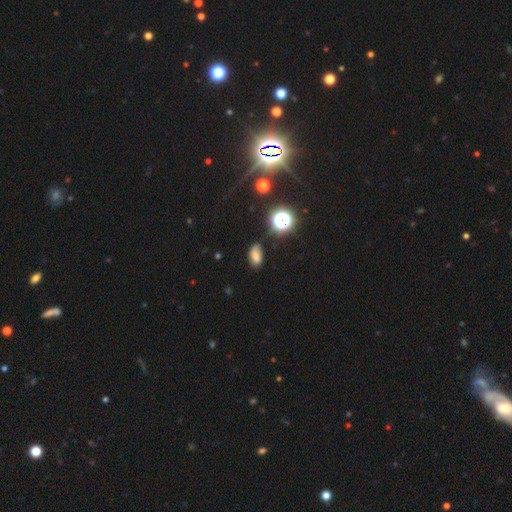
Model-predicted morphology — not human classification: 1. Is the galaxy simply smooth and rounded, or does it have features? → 66% smooth, 21% star or artifact, 13% featured or disk.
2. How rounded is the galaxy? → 86% in between, 10% round, 3% cigar-shaped.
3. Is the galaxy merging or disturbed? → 66% none, 24% minor disturbance, 7% major disturbance, 4% merger.